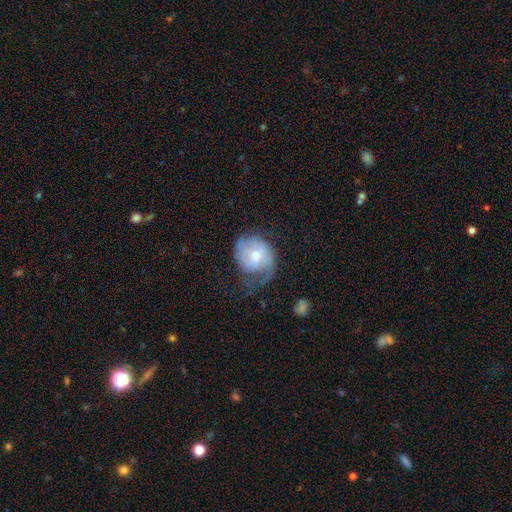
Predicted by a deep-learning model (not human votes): Q: Smooth or featured?
A: featured or disk (61%); runner-up: smooth (32%)
Q: Edge-on disk?
A: no (97%); runner-up: yes (3%)
Q: Bar?
A: no (53%); runner-up: weak (41%)
Q: Spiral arms?
A: yes (81%); runner-up: no (19%)
Q: Bulge size?
A: moderate (59%); runner-up: small (32%)
Q: Merging?
A: none (36%); runner-up: major disturbance (33%)